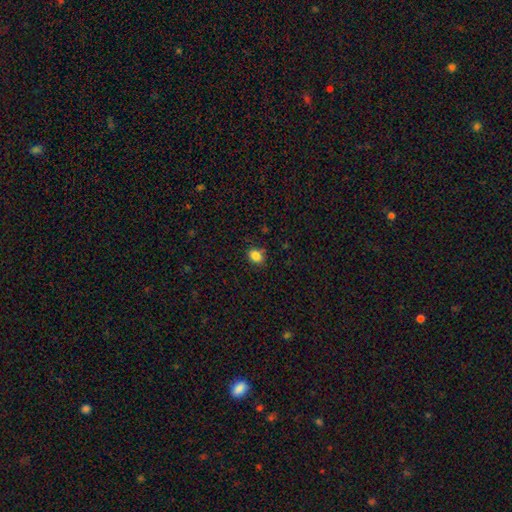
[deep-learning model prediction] smooth_or_featured: smooth (p=0.84) [alt: star or artifact p=0.11]
how_rounded: round (p=0.54) [alt: in between p=0.45]
merging: none (p=0.81) [alt: minor disturbance p=0.14]